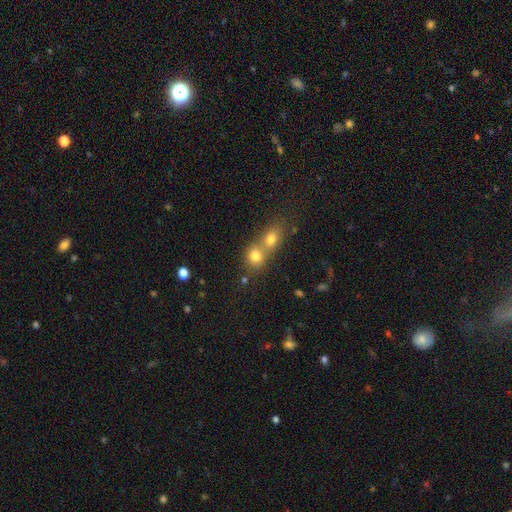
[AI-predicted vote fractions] Smooth or featured: smooth — 75% (star or artifact — 14%)
How rounded: round — 72% (in between — 26%)
Merging: merger — 59% (none — 33%)